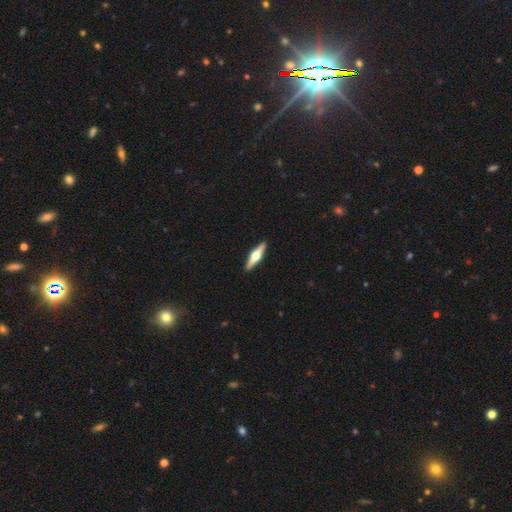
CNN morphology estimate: Overall: featured or disk (67%; smooth 28%). Edge-on disk: yes (97%). Edge-on bulge: rounded (95%). Merging: none (92%).